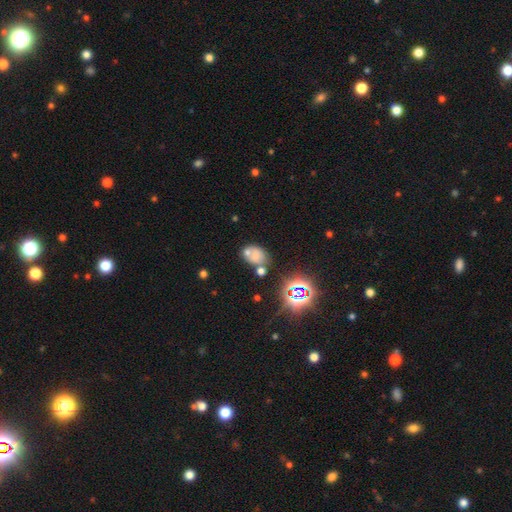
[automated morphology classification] A smooth galaxy with no disk features (62%) that is in between round and cigar-shaped (69%).

Vote fractions:
- Smooth or featured? smooth: 62% / star or artifact: 20% / featured or disk: 19%
- How rounded? in between: 69% / round: 29% / cigar-shaped: 1%
- Merging? none: 44% / merger: 31% / minor disturbance: 17% / major disturbance: 8%